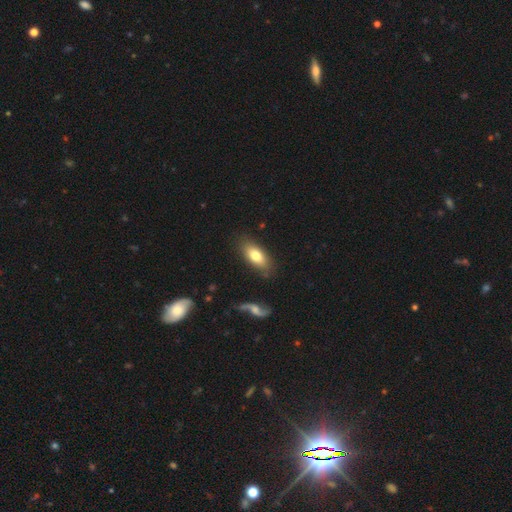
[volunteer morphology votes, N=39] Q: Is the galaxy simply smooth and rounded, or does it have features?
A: smooth — 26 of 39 (67%).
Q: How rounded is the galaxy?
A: in between — 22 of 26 (85%).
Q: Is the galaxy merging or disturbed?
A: none — 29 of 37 (78%).